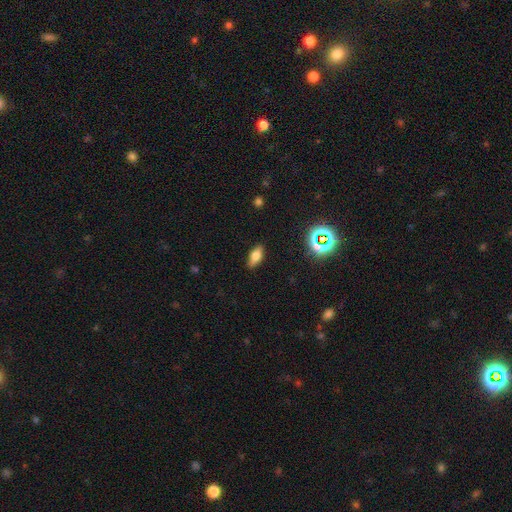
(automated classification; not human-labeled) A smooth galaxy with no disk features (72%) that is in between round and cigar-shaped (81%). Merging: none (85%).